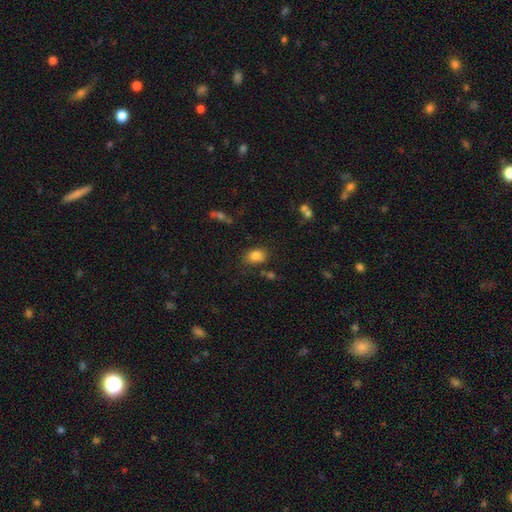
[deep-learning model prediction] Smooth or featured: smooth — 83% (star or artifact — 10%)
How rounded: in between — 76% (round — 23%)
Merging: none — 76% (minor disturbance — 15%)